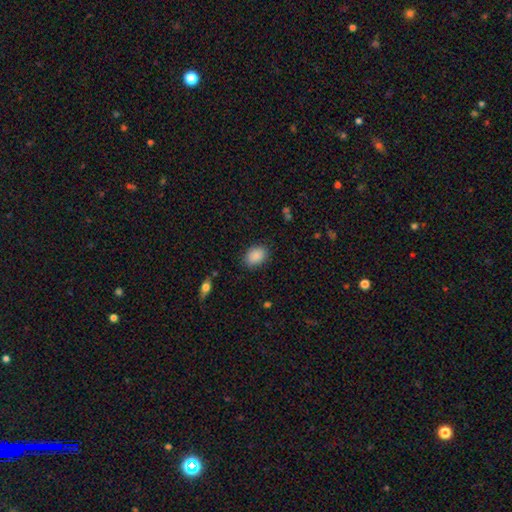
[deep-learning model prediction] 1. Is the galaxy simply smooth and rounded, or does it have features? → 89% smooth, 7% star or artifact, 4% featured or disk.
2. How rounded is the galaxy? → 77% in between, 22% round, 1% cigar-shaped.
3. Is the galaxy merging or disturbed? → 86% none, 10% minor disturbance, 3% major disturbance, 1% merger.